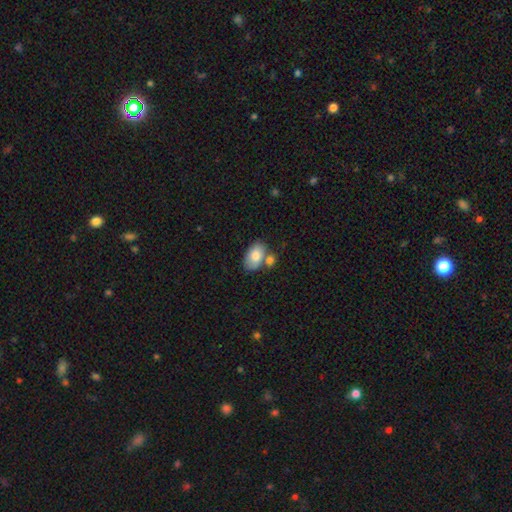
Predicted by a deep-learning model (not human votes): The model was most divided on "merging": none: 52%, merger: 28%, minor disturbance: 16%, major disturbance: 5%. More confident: how rounded — in between (91%); smooth or featured — smooth (80%).